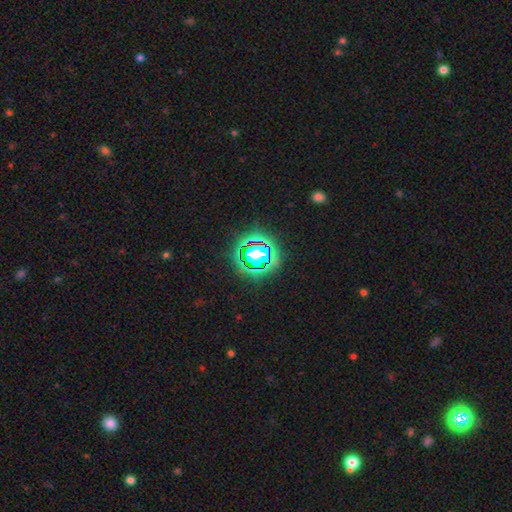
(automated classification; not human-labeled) A star or artifact, not a galaxy (68%).

Vote fractions:
- Smooth or featured? star or artifact: 68% / smooth: 20% / featured or disk: 12%